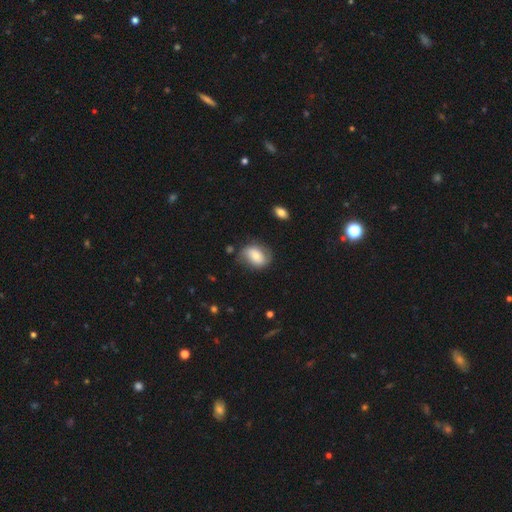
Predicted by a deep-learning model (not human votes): Morphology: type=smooth (61%); roundness=in between (71%); merging=none (63%).